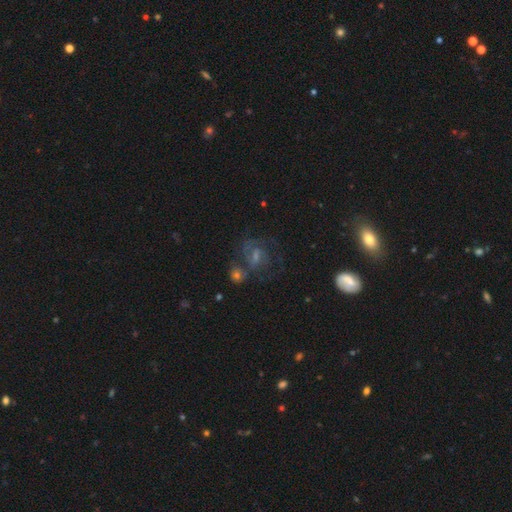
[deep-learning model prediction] A featured or disk galaxy (66%) with a weak bar (50%), 2 (64%) medium (51%) spiral arms (87%) and a small central bulge (44%).

Vote fractions:
- Smooth or featured? featured or disk: 66% / star or artifact: 18% / smooth: 16%
- Edge-on disk? no: 96% / yes: 4%
- Bar? weak: 50% / no: 31% / strong: 19%
- Spiral arms? yes: 87% / no: 13%
- Spiral winding? medium: 51% / tight: 33% / loose: 16%
- Spiral arm count? 2: 64% / can't tell: 20% / 3: 7% / 1: 4% / 4: 3% / more than 4: 3%
- Bulge size? small: 44% / moderate: 37% / none: 13% / large: 5% / dominant: 2%
- Merging? none: 63% / minor disturbance: 14% / merger: 13% / major disturbance: 10%